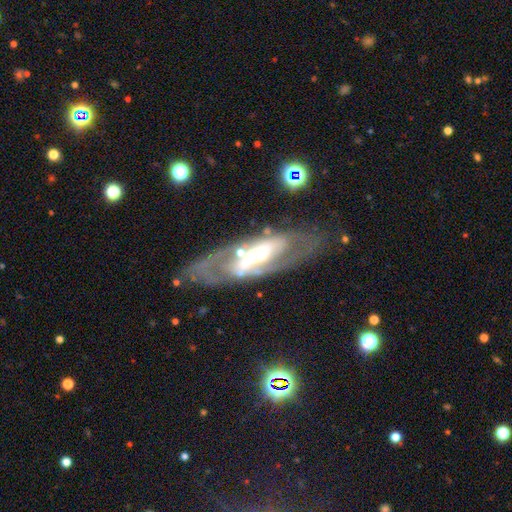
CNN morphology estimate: type=featured or disk (82%); edge-on=no (85%); bar=strong (43%); spiral arms=yes (79%); winding=tight (42%); arm count=2 (64%); bulge=moderate (54%); merging=none (65%).